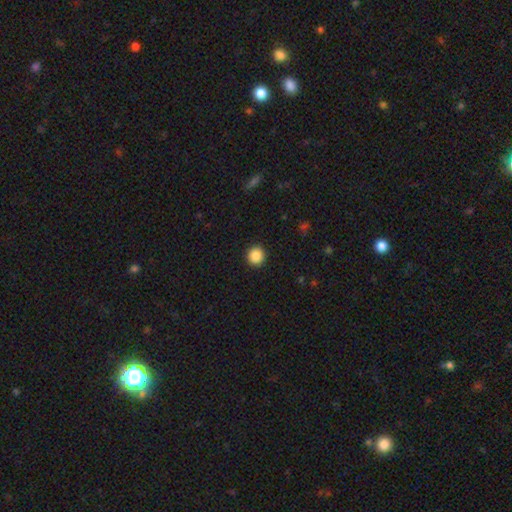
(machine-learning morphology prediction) Smooth or featured? smooth (88%)
How rounded? round (93%)
Merging? none (93%)